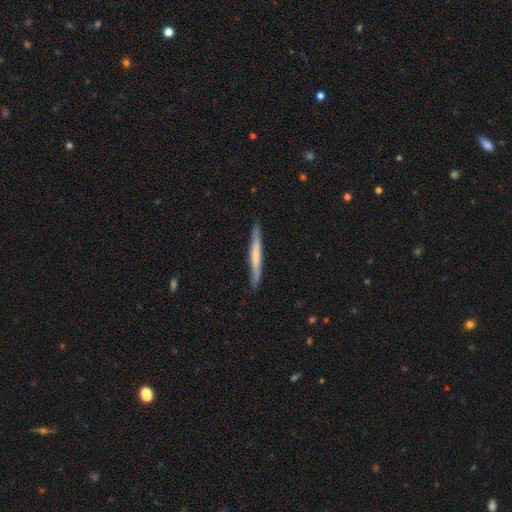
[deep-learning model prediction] A smooth galaxy with no disk features (51%) that is cigar-shaped (96%).

Vote fractions:
- Smooth or featured? smooth: 51% / featured or disk: 44% / star or artifact: 5%
- How rounded? cigar-shaped: 96% / in between: 3% / round: 1%
- Merging? none: 87% / minor disturbance: 10% / major disturbance: 2% / merger: 1%